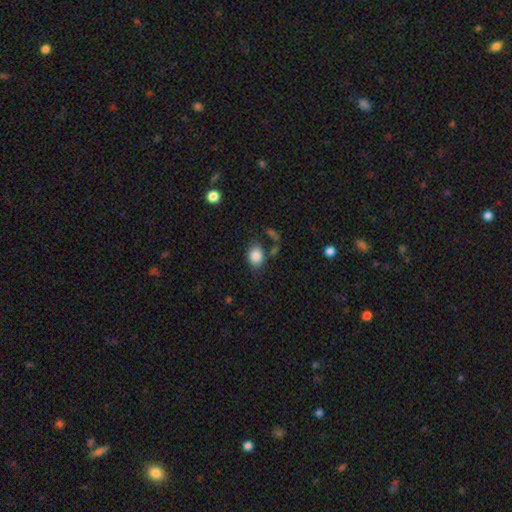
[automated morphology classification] smooth_or_featured: smooth (p=0.86) [alt: star or artifact p=0.08]
how_rounded: in between (p=0.63) [alt: round p=0.36]
merging: none (p=0.68) [alt: minor disturbance p=0.16]